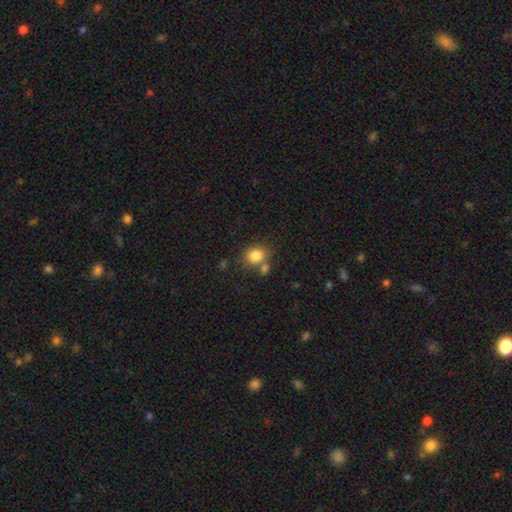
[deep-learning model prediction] Smooth or featured? Predicted: smooth (p=0.84). How rounded? Predicted: round (p=0.56). Merging? Predicted: none (p=0.60).